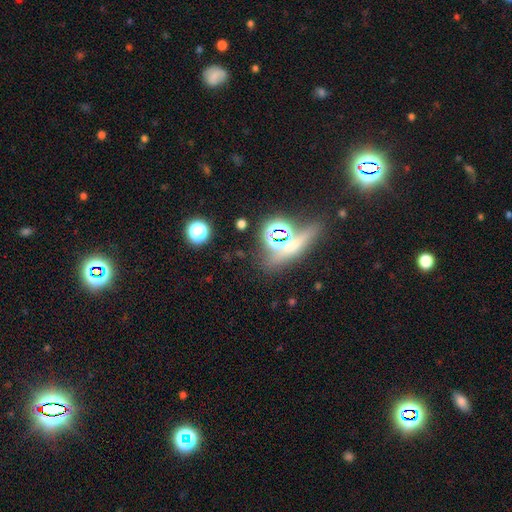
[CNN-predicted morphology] Q: Smooth or featured?
A: star or artifact (55%); runner-up: smooth (25%)